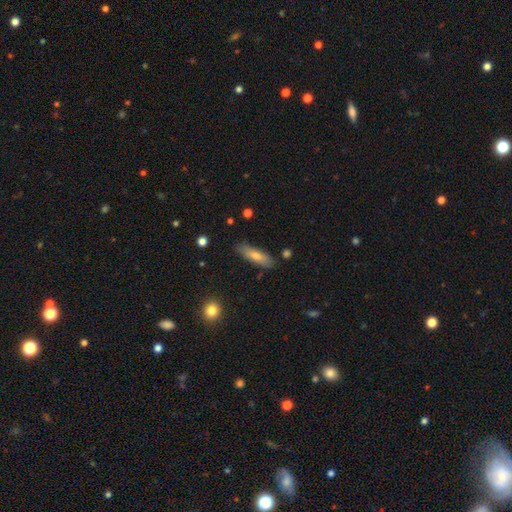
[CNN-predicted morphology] Smooth or featured?
  - smooth: 65% *
  - featured or disk: 28%
  - star or artifact: 7%
How rounded?
  - cigar-shaped: 62% *
  - in between: 36%
  - round: 2%
Merging?
  - none: 84% *
  - minor disturbance: 12%
  - major disturbance: 2%
  - merger: 2%